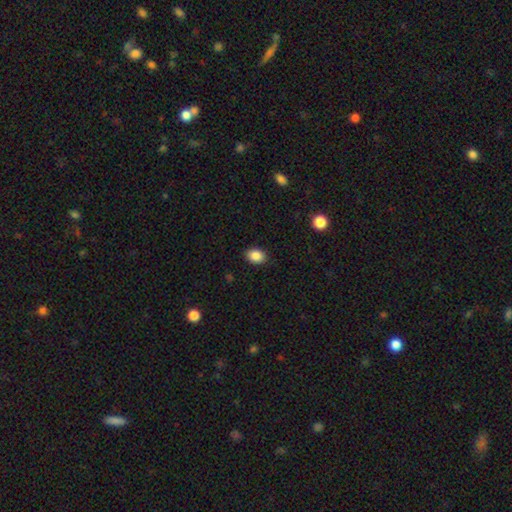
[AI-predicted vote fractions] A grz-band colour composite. It shows a smooth galaxy with no disk features (87%) that is in between round and cigar-shaped (71%). Merging: none (89%).